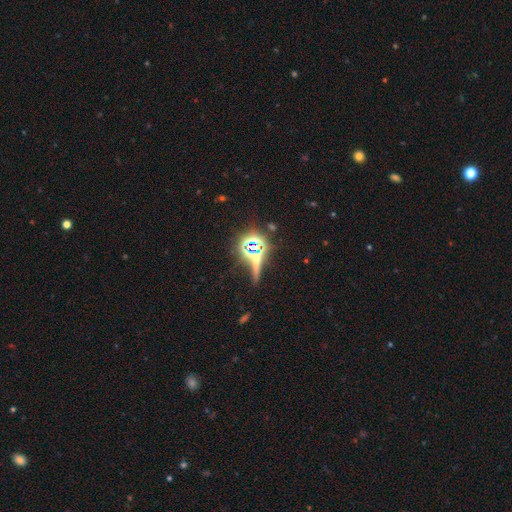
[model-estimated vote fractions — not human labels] smooth-or-featured: star or artifact: 64% | smooth: 19% | featured or disk: 17%